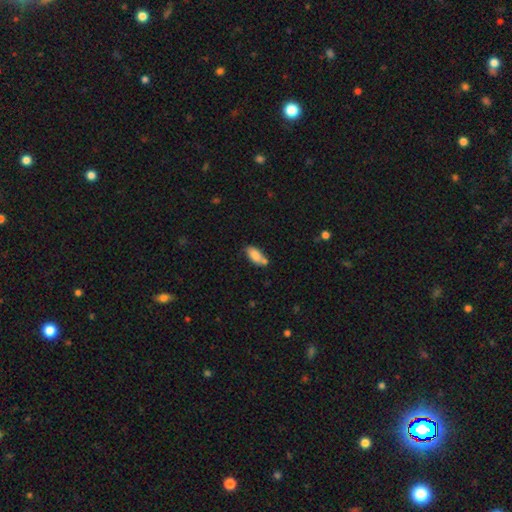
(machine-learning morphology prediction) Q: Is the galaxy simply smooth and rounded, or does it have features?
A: smooth — 82%.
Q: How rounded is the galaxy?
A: in between — 85%.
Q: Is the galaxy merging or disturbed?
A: none — 55%.